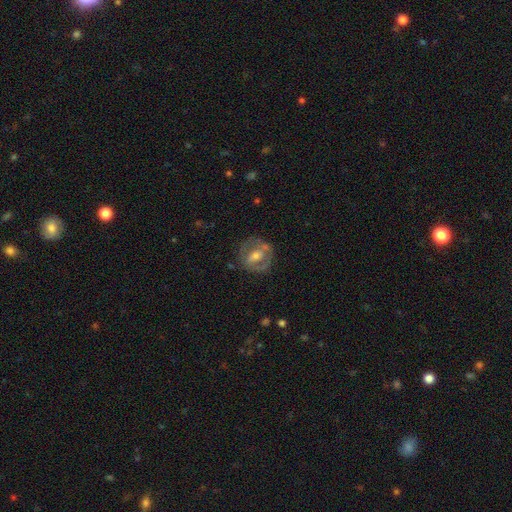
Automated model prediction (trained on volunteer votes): smooth-or-featured: featured or disk: 58% | smooth: 35% | star or artifact: 7%
  disk-edge-on: no: 95% | yes: 5%
    bar: no: 47% | weak: 35% | strong: 19%
    has-spiral-arms: no: 67% | yes: 33%
    bulge-size: moderate: 56% | small: 29% | large: 10% | none: 4% | dominant: 1%
  merging: none: 66% | minor disturbance: 19% | major disturbance: 11% | merger: 4%